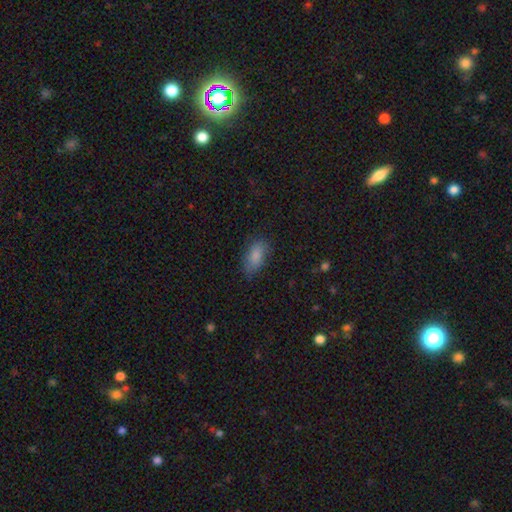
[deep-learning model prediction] The model was most divided on "merging": none: 75%, minor disturbance: 19%, major disturbance: 5%, merger: 1%. More confident: how rounded — in between (89%); smooth or featured — smooth (85%).